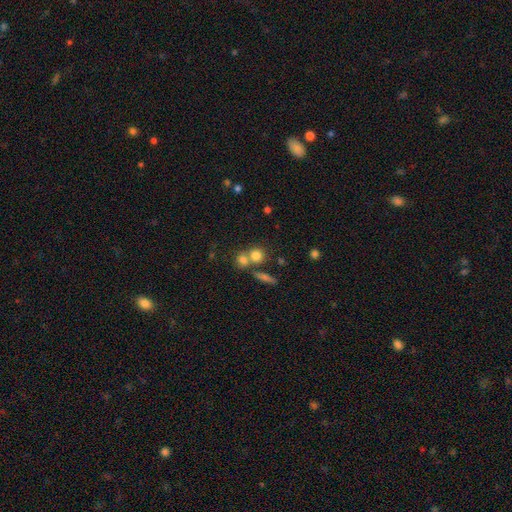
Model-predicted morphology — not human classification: Smooth or featured?
  - smooth: 76% *
  - star or artifact: 12%
  - featured or disk: 11%
How rounded?
  - round: 80% *
  - in between: 17%
  - cigar-shaped: 3%
Merging?
  - none: 52% *
  - merger: 36%
  - minor disturbance: 8%
  - major disturbance: 4%